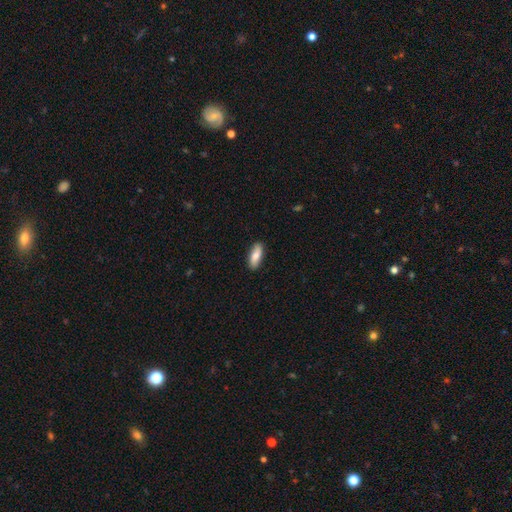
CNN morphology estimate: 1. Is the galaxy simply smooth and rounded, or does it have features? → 75% smooth, 19% featured or disk, 6% star or artifact.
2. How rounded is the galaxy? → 72% in between, 25% cigar-shaped, 3% round.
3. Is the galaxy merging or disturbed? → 88% none, 9% minor disturbance, 2% major disturbance, 1% merger.